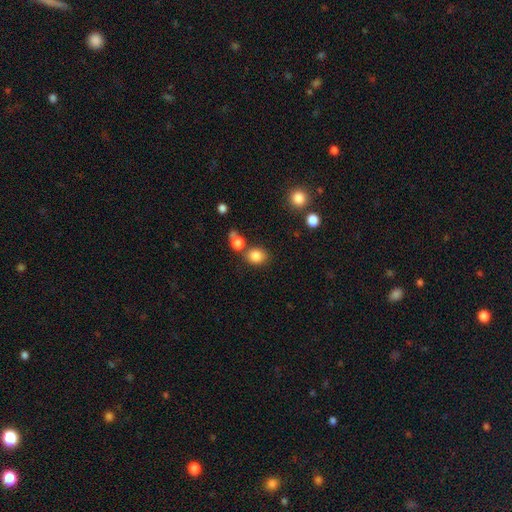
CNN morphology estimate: smooth 83%, star or artifact 11%, featured or disk 5%. Down the decision tree: how rounded — round (63%); merging — none (70%).